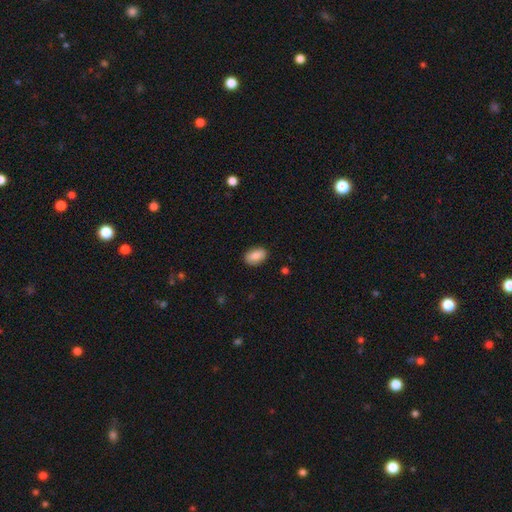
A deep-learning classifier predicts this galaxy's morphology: Overall: smooth (82%). How rounded: in between (89%). Merging: none (87%).